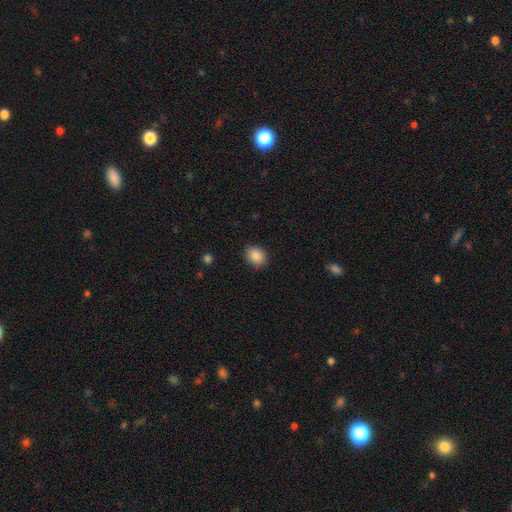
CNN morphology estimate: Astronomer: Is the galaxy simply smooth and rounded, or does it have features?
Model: smooth — 86%.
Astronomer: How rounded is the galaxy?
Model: in between — 55% (runner-up: round, 44%).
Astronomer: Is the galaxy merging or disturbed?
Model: none — 86%.